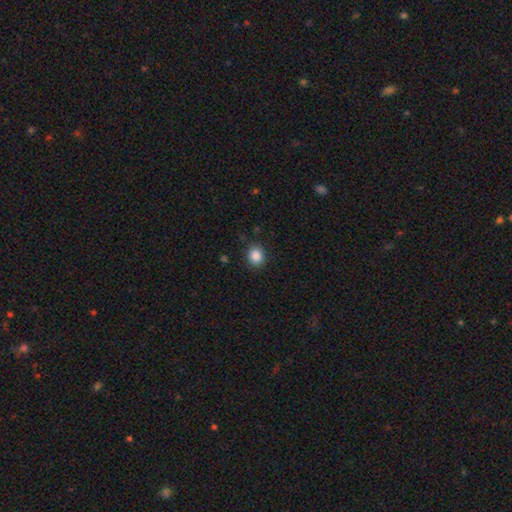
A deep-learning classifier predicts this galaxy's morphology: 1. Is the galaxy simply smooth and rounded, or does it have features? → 87% smooth, 10% star or artifact, 4% featured or disk.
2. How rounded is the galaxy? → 74% round, 25% in between, 1% cigar-shaped.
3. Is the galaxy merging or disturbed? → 88% none, 8% minor disturbance, 2% major disturbance, 1% merger.